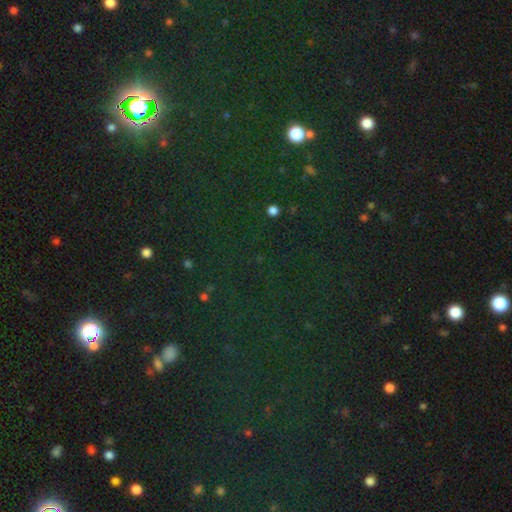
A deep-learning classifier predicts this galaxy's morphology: Smooth or featured?
  - star or artifact: 74% *
  - smooth: 17%
  - featured or disk: 9%